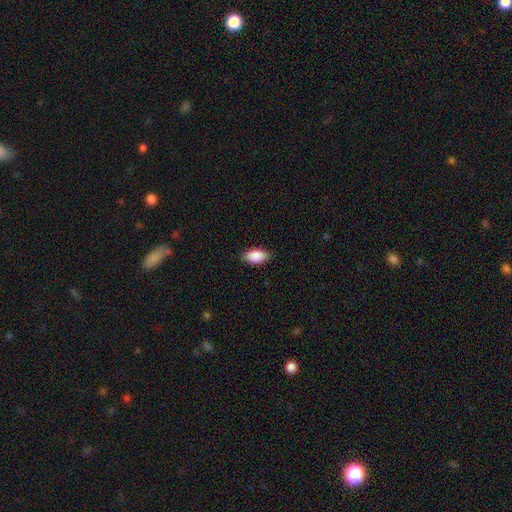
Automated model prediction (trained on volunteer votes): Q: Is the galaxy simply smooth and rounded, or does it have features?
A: smooth — 89%.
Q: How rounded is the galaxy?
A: in between — 93%.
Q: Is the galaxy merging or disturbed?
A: none — 86%.